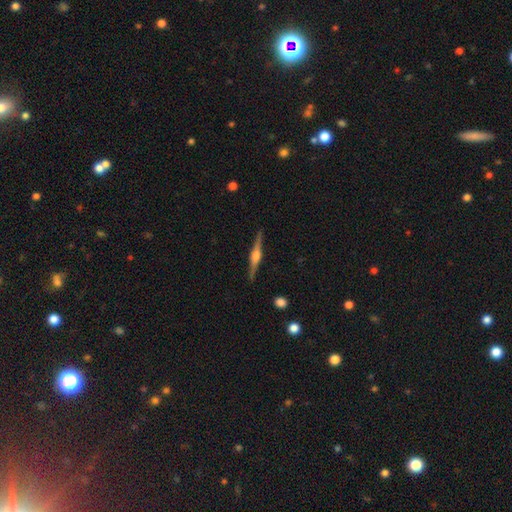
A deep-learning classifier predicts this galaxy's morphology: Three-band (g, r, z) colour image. It shows a featured or disk galaxy (81%) viewed edge-on (98%) with a rounded central bulge (84%). Merging: none (90%).